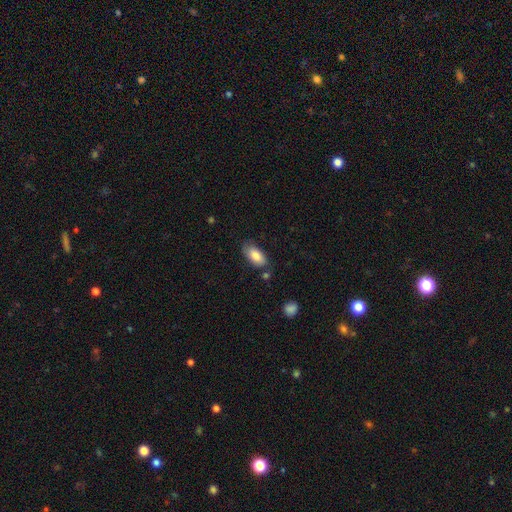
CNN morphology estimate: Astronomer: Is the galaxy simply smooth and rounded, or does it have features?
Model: smooth — 83%.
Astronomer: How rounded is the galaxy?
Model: in between — 90%.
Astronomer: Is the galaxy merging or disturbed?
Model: none — 72%.